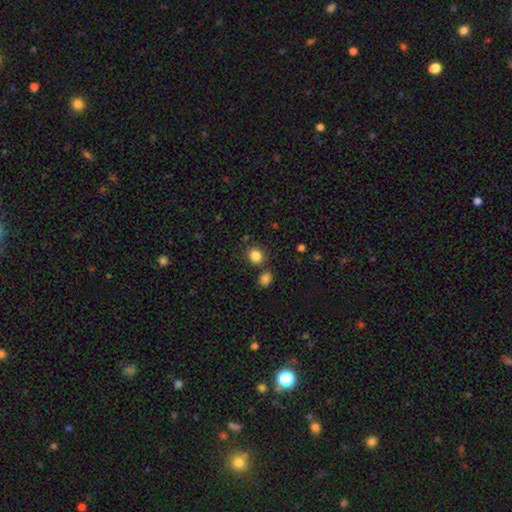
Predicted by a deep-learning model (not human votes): This appears to be a smooth galaxy with no disk features (85%) that is round (68%). Merging: none (79%).